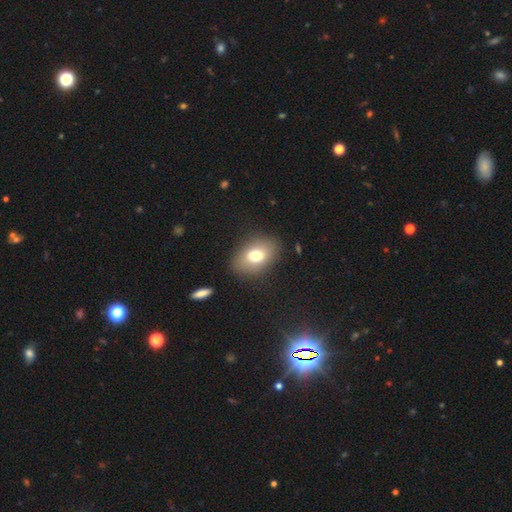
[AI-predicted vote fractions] Q: Smooth or featured?
A: smooth (74%); runner-up: featured or disk (16%)
Q: How rounded?
A: in between (77%); runner-up: round (22%)
Q: Merging?
A: none (84%); runner-up: minor disturbance (11%)